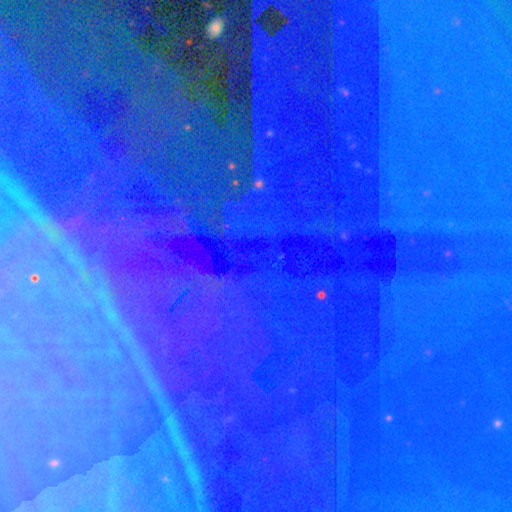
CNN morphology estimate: star or artifact 87%, featured or disk 7%, smooth 6%.